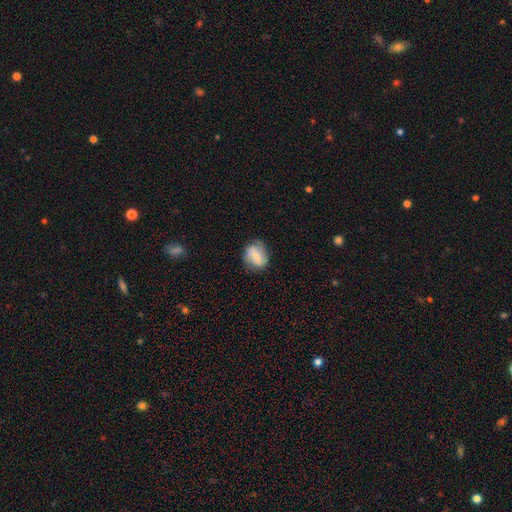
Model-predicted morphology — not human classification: Smooth or featured? Predicted: smooth (p=0.57). How rounded? Predicted: round (p=0.58). Merging? Predicted: none (p=0.75).